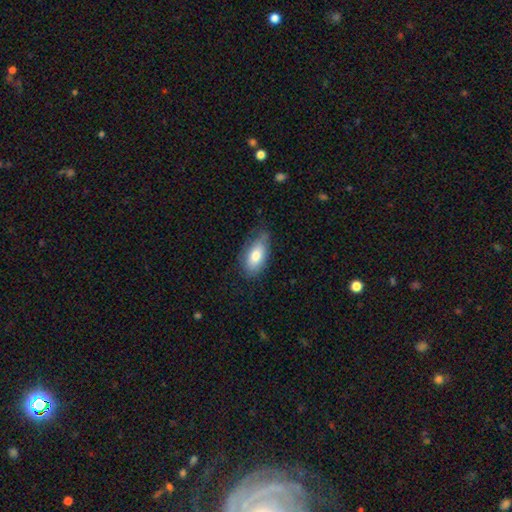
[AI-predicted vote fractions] A smooth galaxy with no disk features (76%) that is in between round and cigar-shaped (90%). Merging: none (68%).